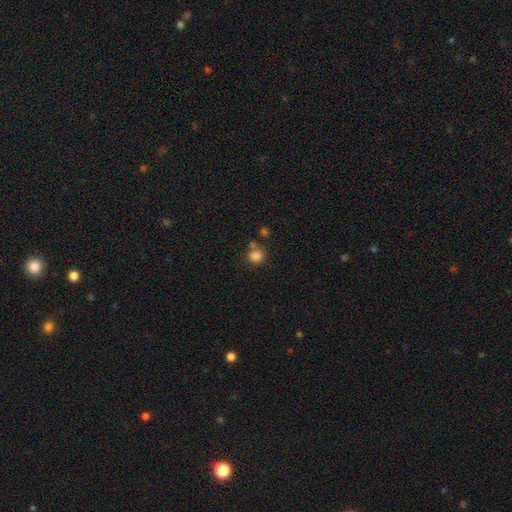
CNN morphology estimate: Smooth or featured: smooth — 83% (star or artifact — 12%)
How rounded: round — 85% (in between — 14%)
Merging: none — 66% (merger — 18%)